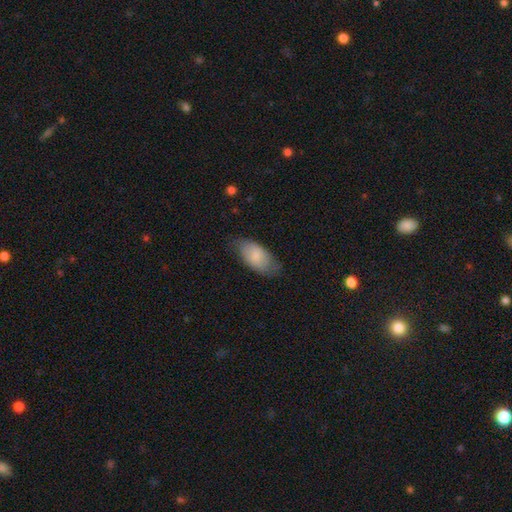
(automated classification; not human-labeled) A smooth galaxy with no disk features (76%) that is in between round and cigar-shaped (93%). Merging: none (67%).